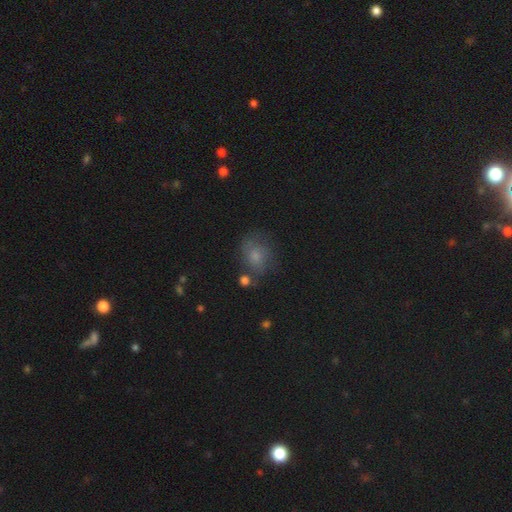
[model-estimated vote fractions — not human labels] Smooth or featured? Predicted: smooth (p=0.58). How rounded? Predicted: round (p=0.67). Merging? Predicted: none (p=0.60).